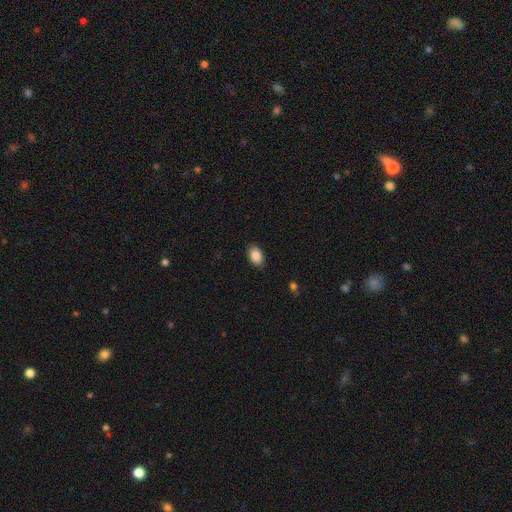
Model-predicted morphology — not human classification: smooth-or-featured: smooth: 88% | star or artifact: 7% | featured or disk: 5%
  how-rounded: in between: 91% | round: 8% | cigar-shaped: 1%
  merging: none: 89% | minor disturbance: 8% | major disturbance: 2% | merger: 1%